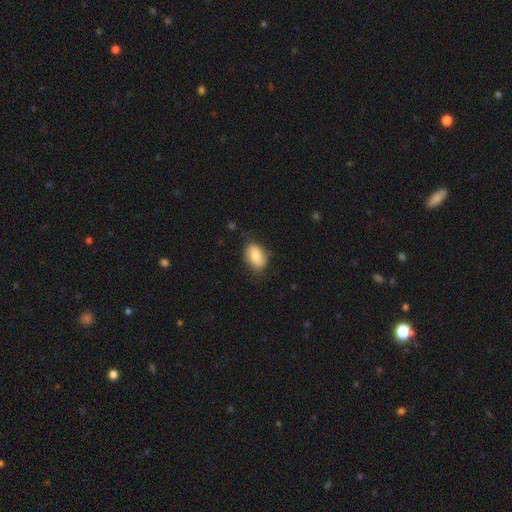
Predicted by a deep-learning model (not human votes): Overall: smooth (73%). How rounded: in between (83%). Merging: none (71%).